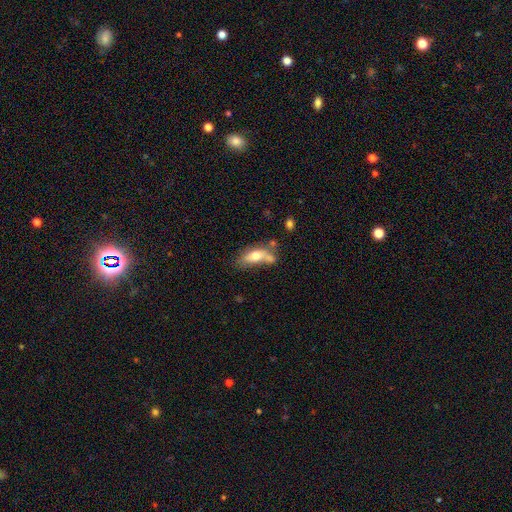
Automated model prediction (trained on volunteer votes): Smooth or featured? Predicted: smooth (p=0.64). How rounded? Predicted: in between (p=0.72). Merging? Predicted: merger (p=0.33).